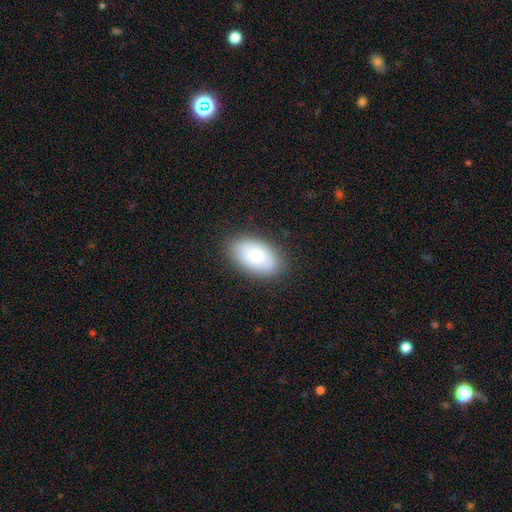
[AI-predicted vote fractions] Smooth or featured?
  - smooth: 71% *
  - featured or disk: 22%
  - star or artifact: 7%
How rounded?
  - in between: 92% *
  - round: 6%
  - cigar-shaped: 1%
Merging?
  - none: 88% *
  - minor disturbance: 9%
  - major disturbance: 2%
  - merger: 1%